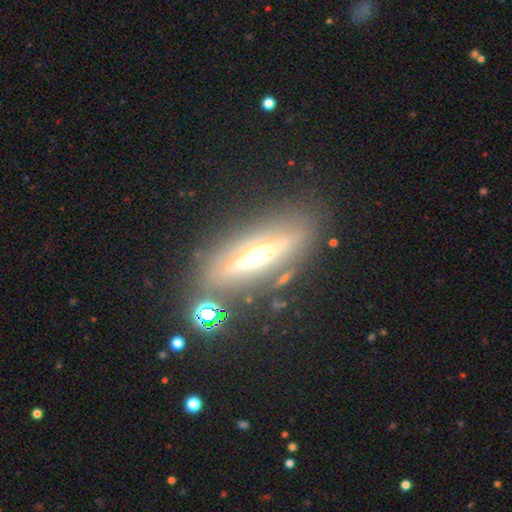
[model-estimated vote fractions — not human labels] featured or disk 78%, smooth 14%, star or artifact 8%. Down the decision tree: edge-on disk — yes (87%); edge-on bulge — rounded (84%); merging — none (79%).